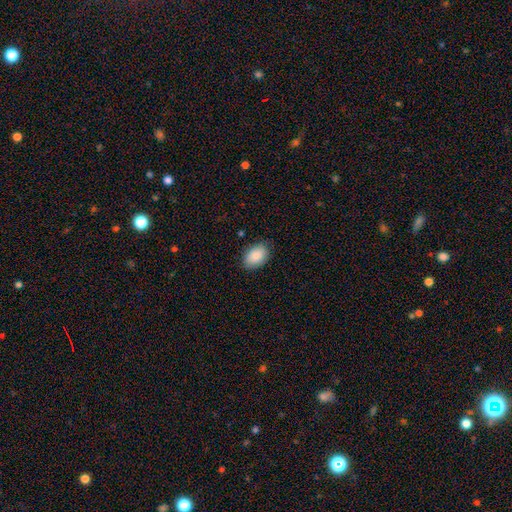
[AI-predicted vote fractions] The model was most divided on "merging": none: 84%, minor disturbance: 13%, major disturbance: 3%, merger: 1%. More confident: smooth or featured — smooth (88%); how rounded — in between (86%).